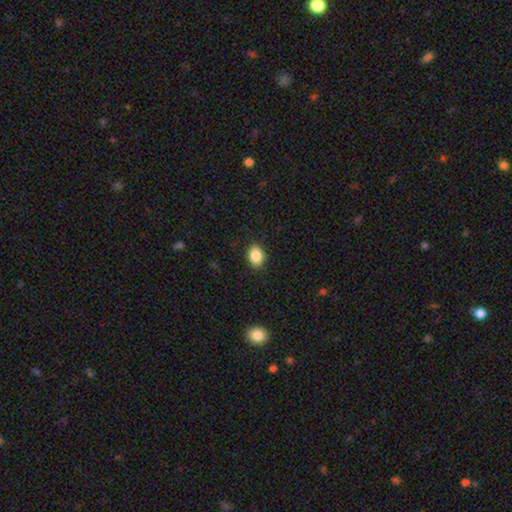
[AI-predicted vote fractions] This is clearly a smooth galaxy (86%). How rounded: clearly in between (80%). Merging: clearly none (87%).